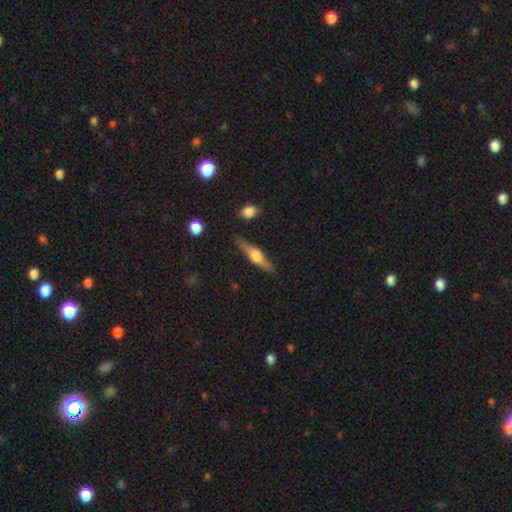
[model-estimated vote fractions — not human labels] A featured or disk galaxy (64%) viewed edge-on (96%) with a rounded central bulge (90%). Merging: none (86%).